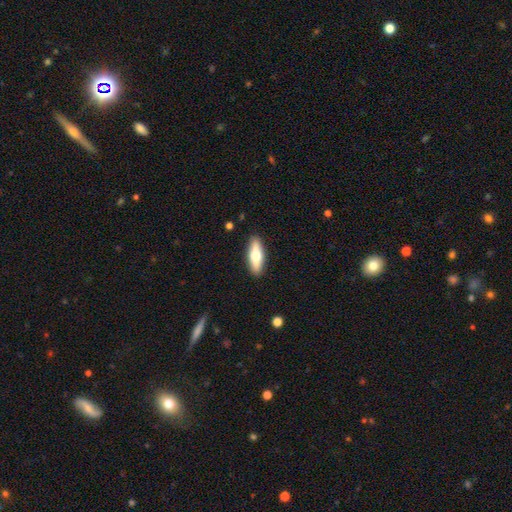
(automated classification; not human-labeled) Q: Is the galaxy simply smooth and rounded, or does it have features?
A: smooth — 59%.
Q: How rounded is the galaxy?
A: in between — 51%.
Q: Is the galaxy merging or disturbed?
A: none — 90%.